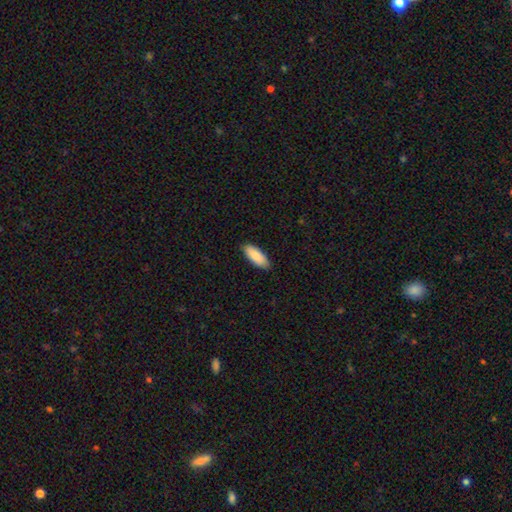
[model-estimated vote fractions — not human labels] smooth-or-featured: smooth: 90% | star or artifact: 5% | featured or disk: 5%
  how-rounded: in between: 78% | cigar-shaped: 21% | round: 1%
  merging: none: 88% | minor disturbance: 9% | major disturbance: 2% | merger: 1%